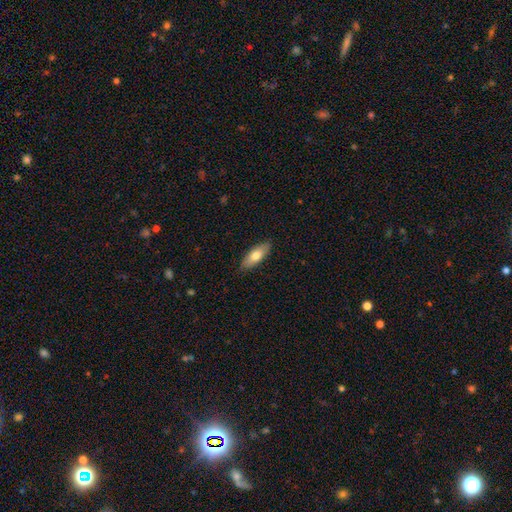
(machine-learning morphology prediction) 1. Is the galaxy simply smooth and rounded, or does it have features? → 72% smooth, 22% featured or disk, 6% star or artifact.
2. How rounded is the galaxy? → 67% in between, 31% cigar-shaped, 2% round.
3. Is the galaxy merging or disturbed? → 87% none, 10% minor disturbance, 2% major disturbance, 1% merger.